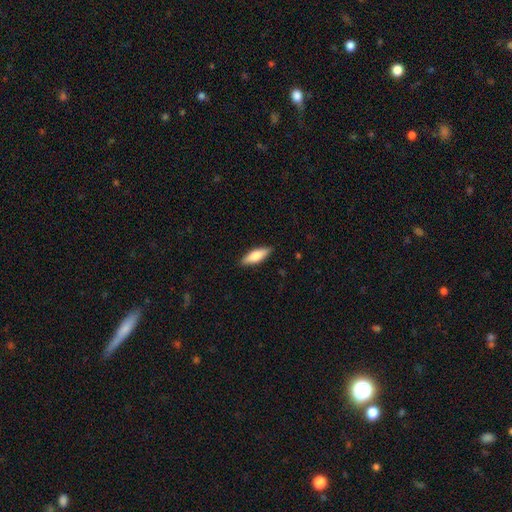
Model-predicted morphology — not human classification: smooth 71%, featured or disk 24%, star or artifact 6%. Down the decision tree: how rounded — in between (55%); merging — none (89%).